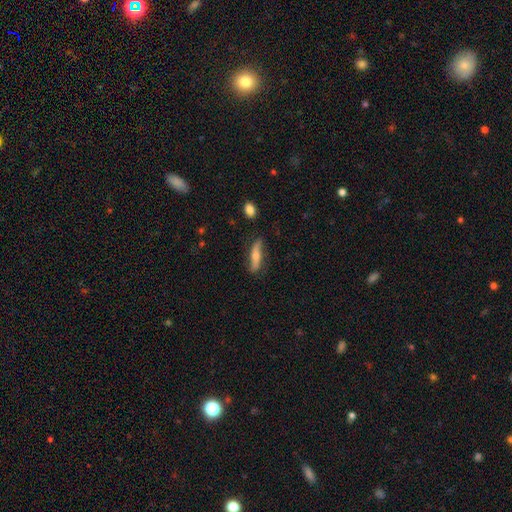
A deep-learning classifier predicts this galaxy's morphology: This appears to be a featured or disk galaxy (57%) viewed edge-on (64%). Merging: none (81%).